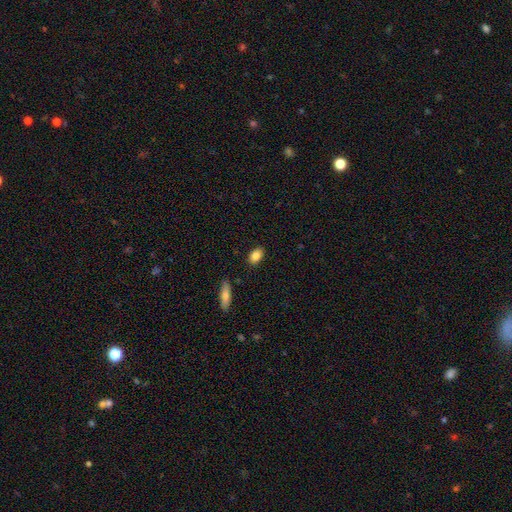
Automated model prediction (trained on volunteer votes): Overall: smooth (84%). How rounded: in between (87%). Merging: none (87%).